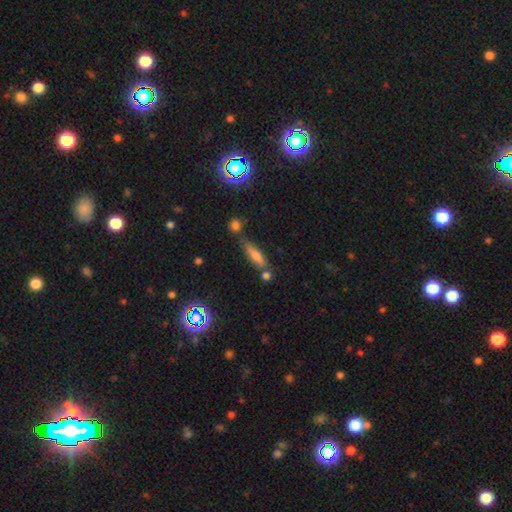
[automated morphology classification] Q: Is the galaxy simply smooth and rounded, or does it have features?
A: smooth — 57%.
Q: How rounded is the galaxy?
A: cigar-shaped — 66%.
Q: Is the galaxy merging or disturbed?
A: none — 65%.